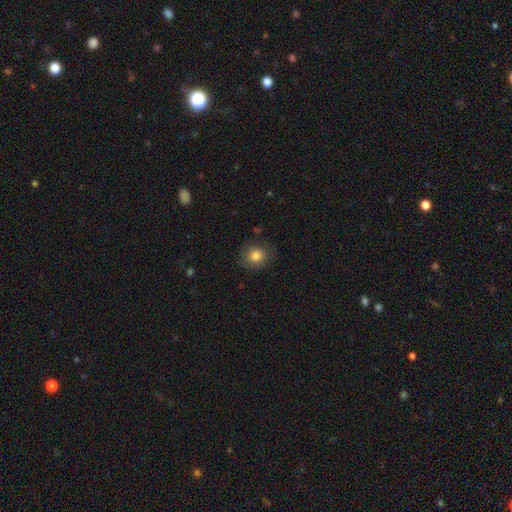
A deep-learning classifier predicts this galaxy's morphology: A smooth galaxy with no disk features (80%) that is round (81%).

Vote fractions:
- Smooth or featured? smooth: 80% / featured or disk: 10% / star or artifact: 10%
- How rounded? round: 81% / in between: 19% / cigar-shaped: 1%
- Merging? none: 81% / minor disturbance: 14% / major disturbance: 4% / merger: 1%